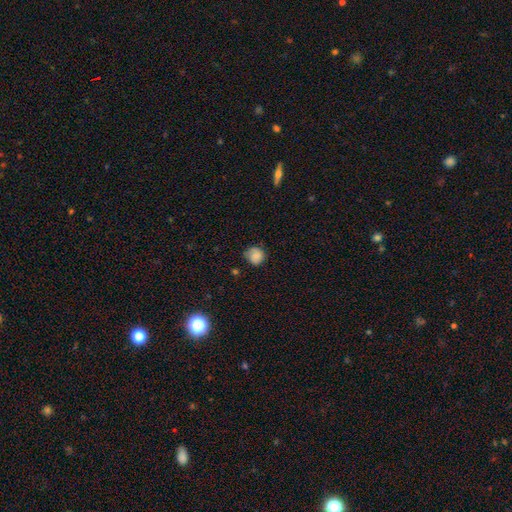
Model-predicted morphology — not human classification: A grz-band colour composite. It shows a smooth galaxy with no disk features (83%) that is round (86%). Merging: none (67%).